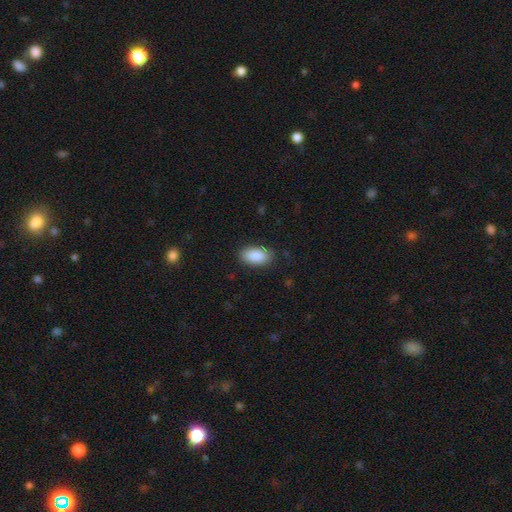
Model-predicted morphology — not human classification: Q: Smooth or featured?
A: smooth (90%); runner-up: star or artifact (6%)
Q: How rounded?
A: in between (94%); runner-up: round (3%)
Q: Merging?
A: none (84%); runner-up: minor disturbance (12%)